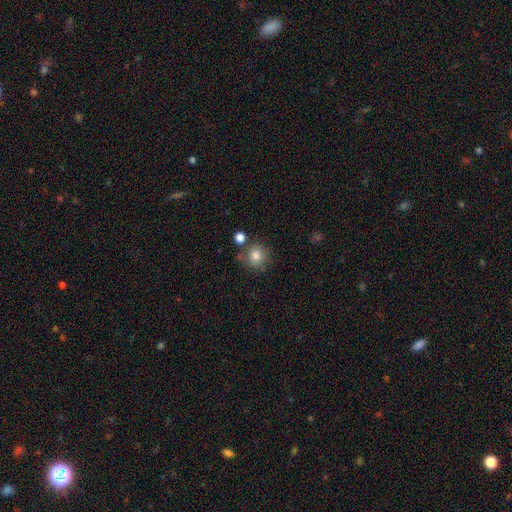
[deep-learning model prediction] This appears to be a smooth galaxy with no disk features (82%) that is round (90%). Merging: none (72%).